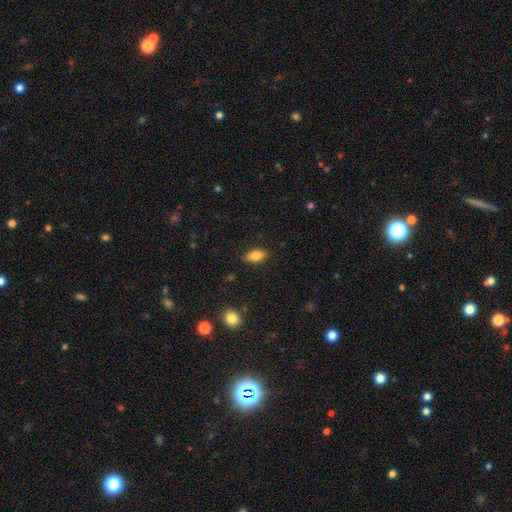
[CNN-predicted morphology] This appears to be a smooth galaxy with no disk features (83%) that is in between round and cigar-shaped (90%). Merging: none (85%).